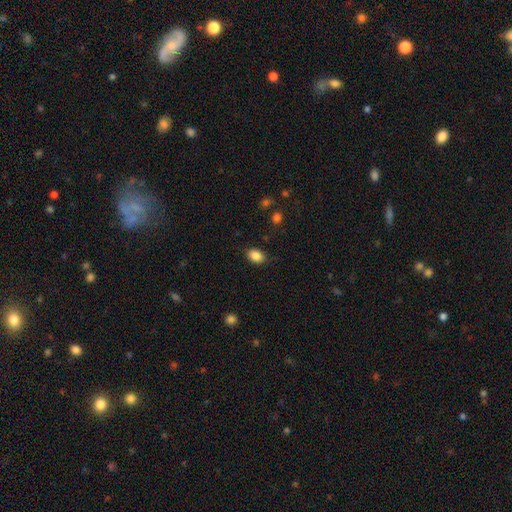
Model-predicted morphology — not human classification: smooth-or-featured: smooth: 87% | star or artifact: 9% | featured or disk: 4%
  how-rounded: in between: 81% | round: 18% | cigar-shaped: 1%
  merging: none: 85% | minor disturbance: 11% | major disturbance: 3% | merger: 1%